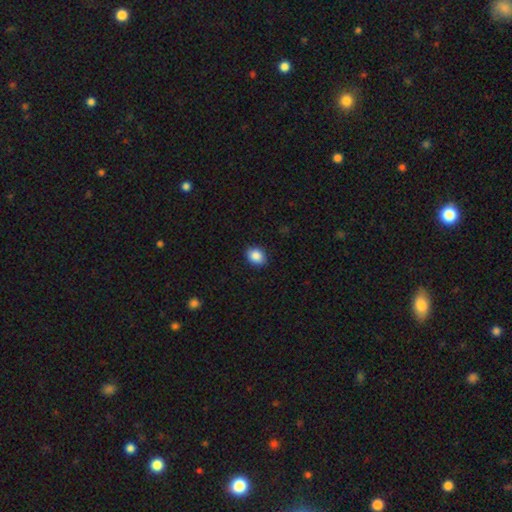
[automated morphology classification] Smooth or featured: smooth — 88% (star or artifact — 8%)
How rounded: in between — 51% (round — 48%)
Merging: none — 89% (minor disturbance — 9%)